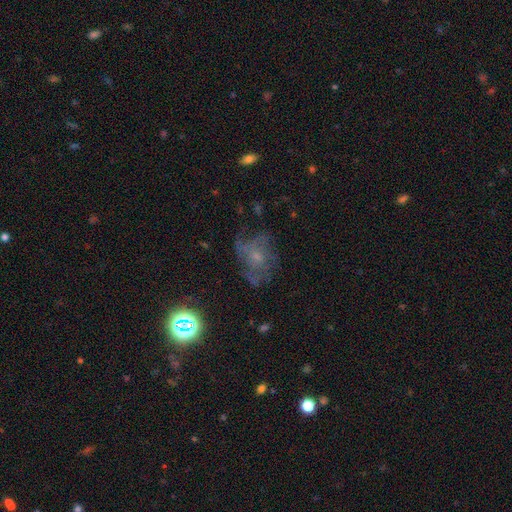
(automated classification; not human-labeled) smooth_or_featured: featured or disk (p=0.49) [alt: smooth p=0.29]
merging: none (p=0.50) [alt: major disturbance p=0.26]